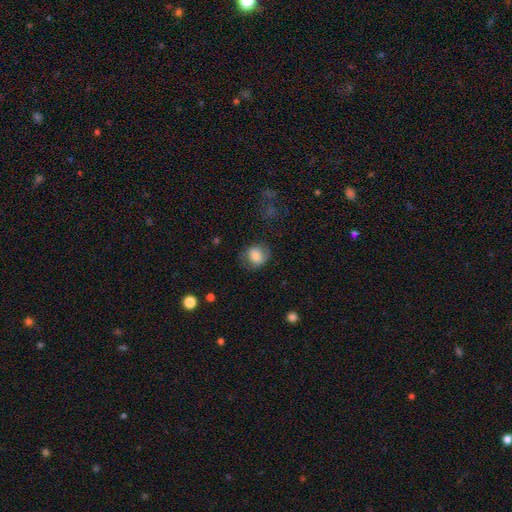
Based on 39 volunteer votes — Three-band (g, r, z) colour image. It shows a smooth galaxy with no disk features (82%) that is round (66%). Merging: none (65%).